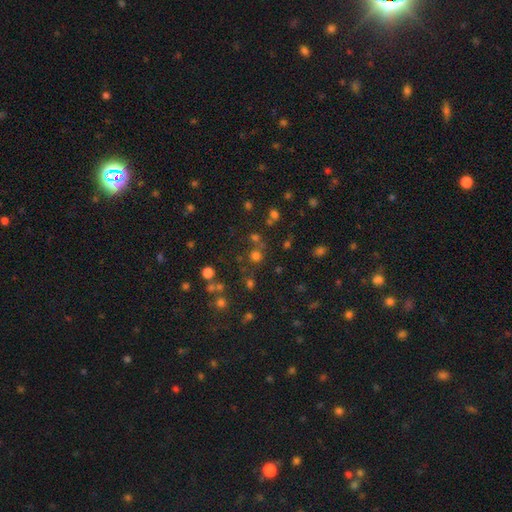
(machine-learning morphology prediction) Smooth or featured? Predicted: smooth (p=0.64). How rounded? Predicted: round (p=0.91). Merging? Predicted: none (p=0.74).